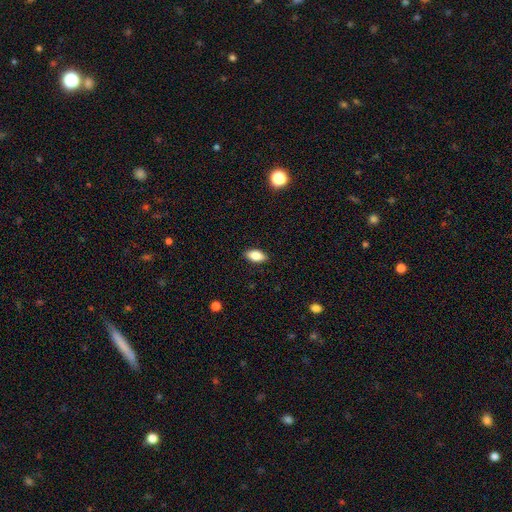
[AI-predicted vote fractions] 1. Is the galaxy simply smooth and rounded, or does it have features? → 82% smooth, 10% featured or disk, 8% star or artifact.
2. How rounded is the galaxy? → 90% in between, 6% cigar-shaped, 4% round.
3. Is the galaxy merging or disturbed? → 89% none, 8% minor disturbance, 2% major disturbance, 1% merger.